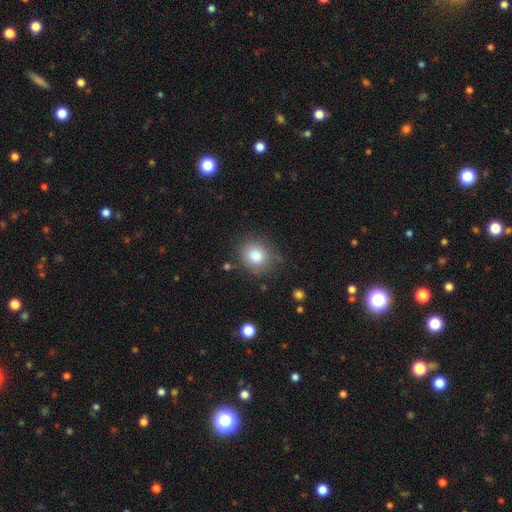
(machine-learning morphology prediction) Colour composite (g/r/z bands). It shows a smooth galaxy with no disk features (82%) that is round (79%). Merging: none (78%).